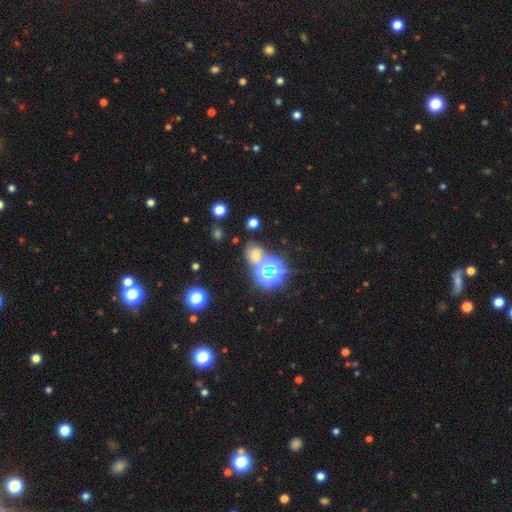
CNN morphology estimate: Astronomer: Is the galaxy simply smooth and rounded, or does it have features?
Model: star or artifact — 51% (runner-up: smooth, 37%).